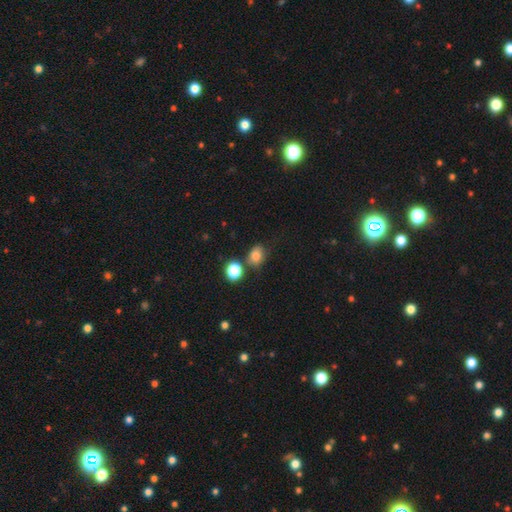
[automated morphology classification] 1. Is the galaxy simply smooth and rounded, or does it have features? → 80% smooth, 13% star or artifact, 7% featured or disk.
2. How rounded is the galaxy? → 50% round, 49% in between, 1% cigar-shaped.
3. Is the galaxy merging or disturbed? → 64% none, 17% minor disturbance, 13% merger, 5% major disturbance.